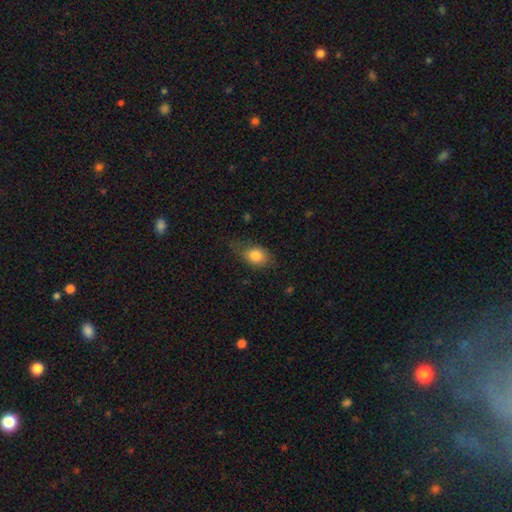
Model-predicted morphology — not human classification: Overall: smooth (81%). How rounded: in between (70%). Merging: none (58%; minor disturbance 30%).